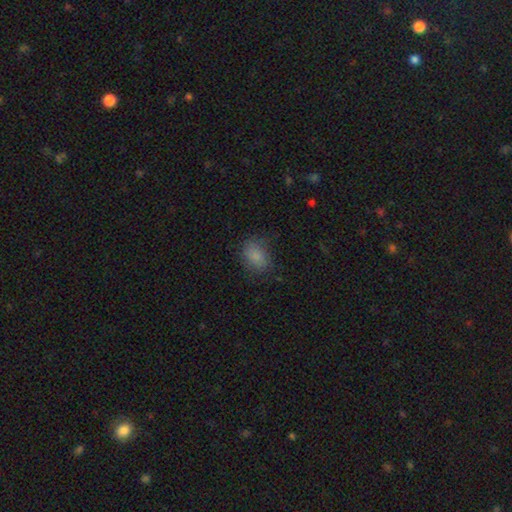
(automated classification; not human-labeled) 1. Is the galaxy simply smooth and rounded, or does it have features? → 84% smooth, 9% star or artifact, 6% featured or disk.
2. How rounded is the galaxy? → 73% in between, 25% round, 1% cigar-shaped.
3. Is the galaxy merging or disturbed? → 72% none, 20% minor disturbance, 7% major disturbance, 1% merger.